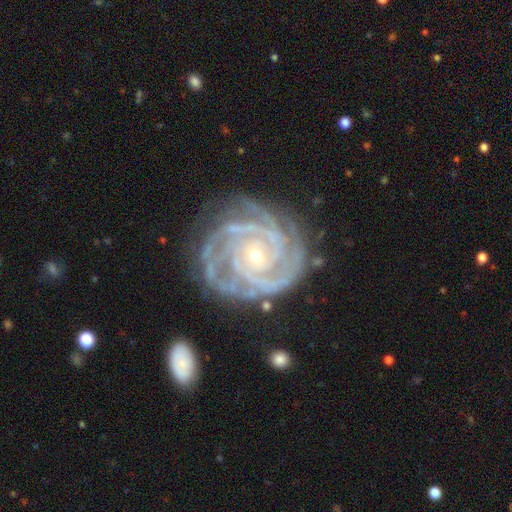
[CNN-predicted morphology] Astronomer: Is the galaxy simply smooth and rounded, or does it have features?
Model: featured or disk — 93%.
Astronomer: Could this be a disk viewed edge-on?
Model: no — 98%.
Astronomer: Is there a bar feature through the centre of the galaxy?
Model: no — 73%.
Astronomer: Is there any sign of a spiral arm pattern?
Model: yes — 98%.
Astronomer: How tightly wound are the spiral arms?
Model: tight — 82%.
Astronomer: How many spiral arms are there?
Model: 3 — 29% (runner-up: 4, 26%).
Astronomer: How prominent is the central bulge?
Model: small — 63%.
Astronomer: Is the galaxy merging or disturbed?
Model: none — 73%.